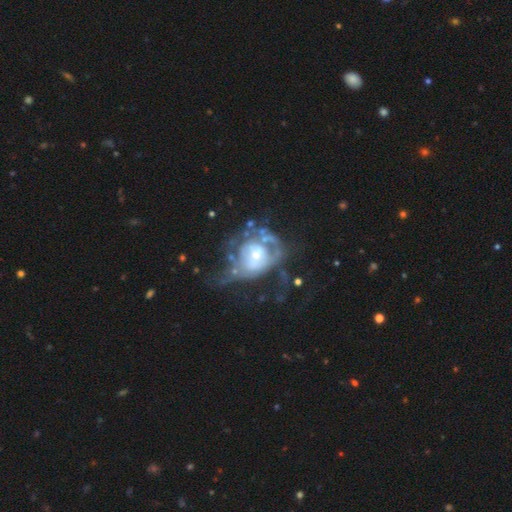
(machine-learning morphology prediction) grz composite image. It shows a featured or disk galaxy (70%) with no bar (70%), spiral arms (51%) and a small central bulge (48%). Merging: major disturbance (48%).